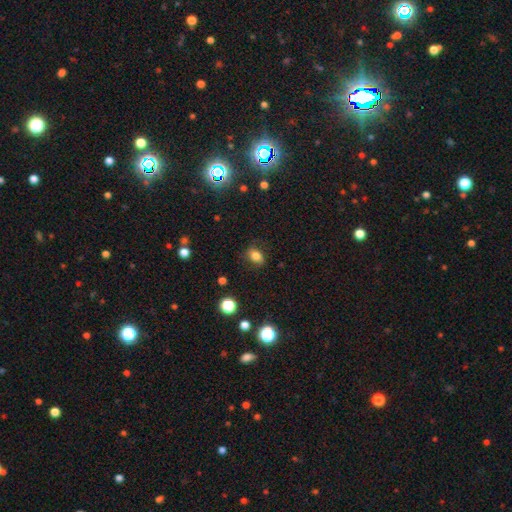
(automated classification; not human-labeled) Smooth or featured? smooth (77%)
How rounded? in between (73%)
Merging? none (75%)